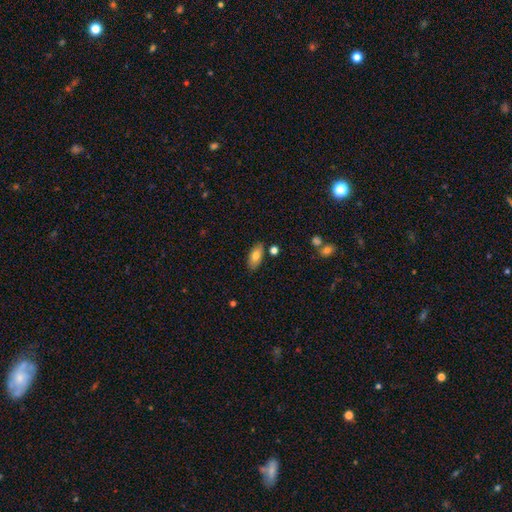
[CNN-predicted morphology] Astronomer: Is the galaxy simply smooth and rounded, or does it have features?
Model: smooth — 77%.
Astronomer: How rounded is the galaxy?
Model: in between — 88%.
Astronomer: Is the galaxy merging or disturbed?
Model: none — 82%.